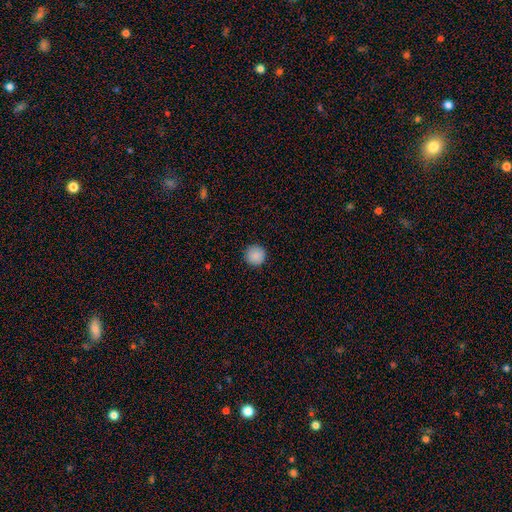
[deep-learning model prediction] smooth-or-featured: smooth: 88% | star or artifact: 9% | featured or disk: 3%
  how-rounded: round: 96% | in between: 3% | cigar-shaped: 1%
  merging: none: 91% | minor disturbance: 6% | major disturbance: 2% | merger: 1%